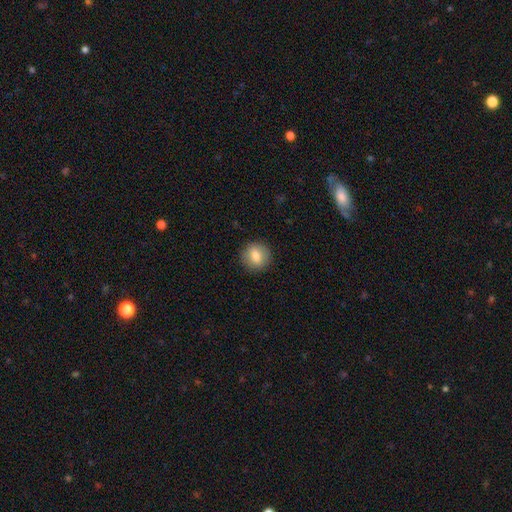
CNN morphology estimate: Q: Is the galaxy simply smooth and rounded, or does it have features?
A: smooth — 78%.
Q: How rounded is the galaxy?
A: round — 86%.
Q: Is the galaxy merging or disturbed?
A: none — 89%.